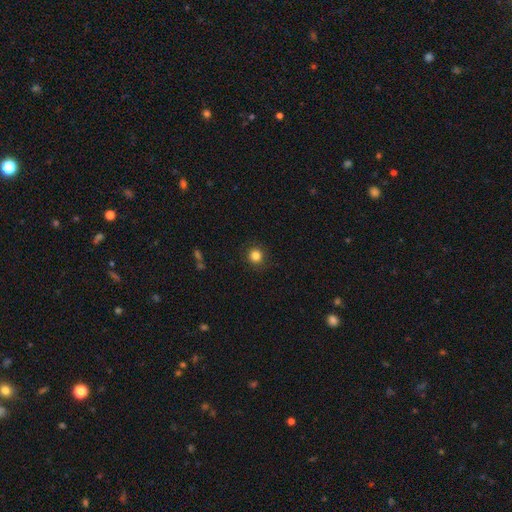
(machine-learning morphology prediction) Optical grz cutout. It shows a smooth galaxy with no disk features (84%) that is round (92%). Merging: none (89%).